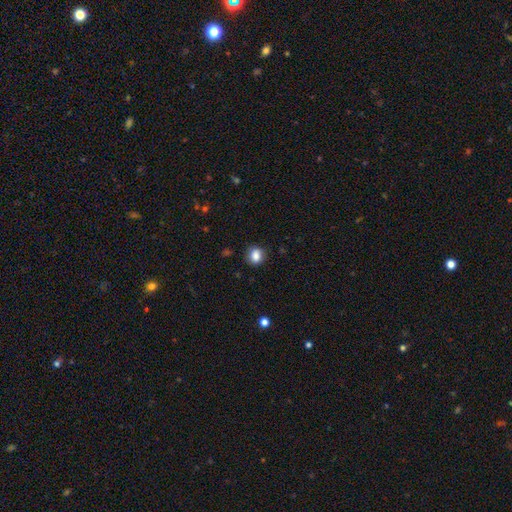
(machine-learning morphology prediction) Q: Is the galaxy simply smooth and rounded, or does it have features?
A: smooth — 85%.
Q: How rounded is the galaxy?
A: round — 67%.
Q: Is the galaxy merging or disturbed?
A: none — 85%.